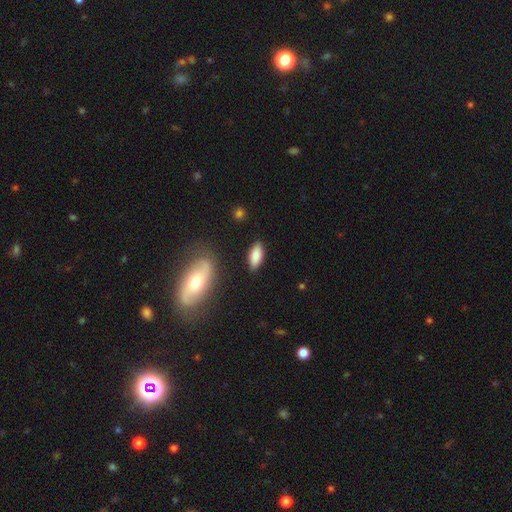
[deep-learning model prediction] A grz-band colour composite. It shows a smooth galaxy with no disk features (85%) that is in between round and cigar-shaped (84%). Merging: none (85%).